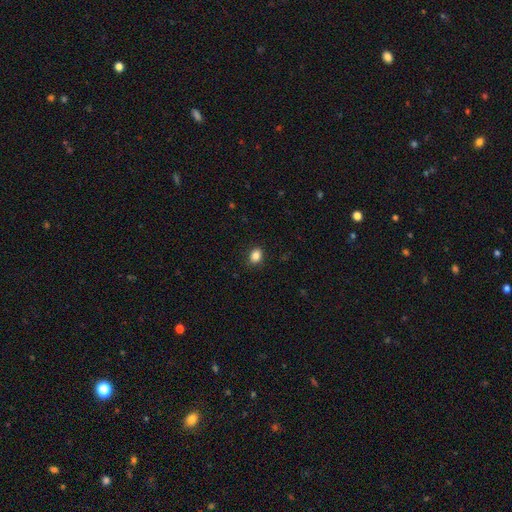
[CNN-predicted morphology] smooth-or-featured: smooth: 86% | star or artifact: 10% | featured or disk: 5%
  how-rounded: in between: 59% | round: 40% | cigar-shaped: 1%
  merging: none: 88% | minor disturbance: 9% | major disturbance: 2% | merger: 1%